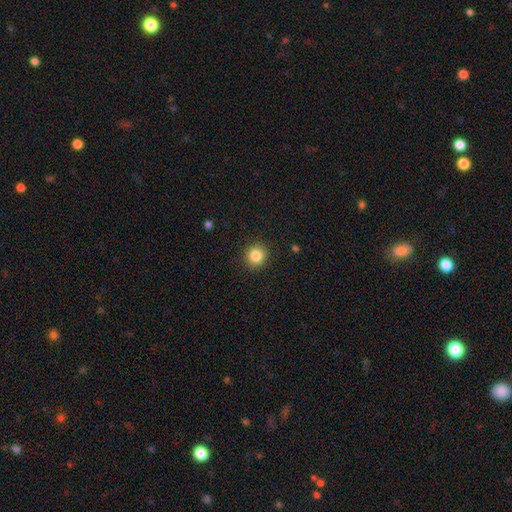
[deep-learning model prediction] Smooth or featured? smooth (84%)
How rounded? round (91%)
Merging? none (91%)